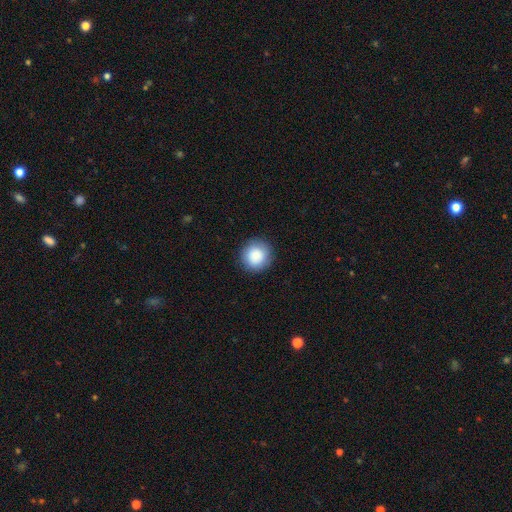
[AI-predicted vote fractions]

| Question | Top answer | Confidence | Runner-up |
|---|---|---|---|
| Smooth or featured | smooth | 86% | star or artifact (8%) |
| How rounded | round | 93% | in between (6%) |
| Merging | none | 90% | minor disturbance (7%) |